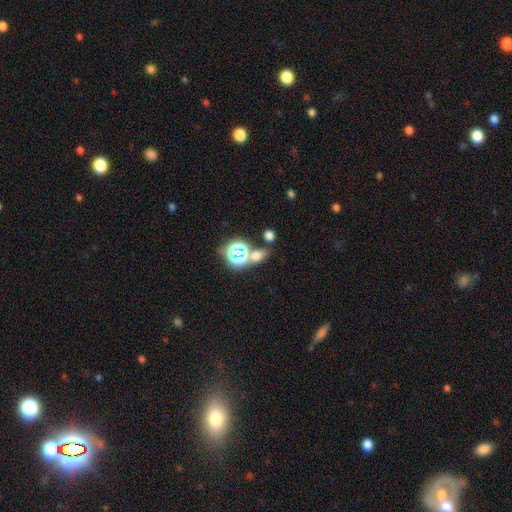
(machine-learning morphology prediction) The model was most divided on "smooth or featured": smooth: 54%, star or artifact: 35%, featured or disk: 11%. More confident: merging — none (63%); how rounded — in between (58%).